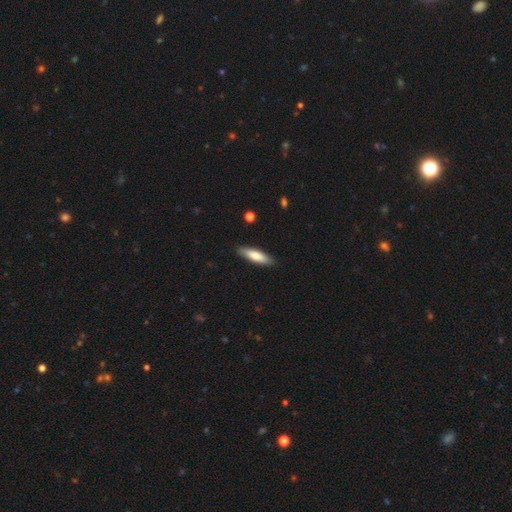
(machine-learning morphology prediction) Smooth or featured: smooth — 76% (featured or disk — 19%)
How rounded: cigar-shaped — 62% (in between — 37%)
Merging: none — 88% (minor disturbance — 9%)